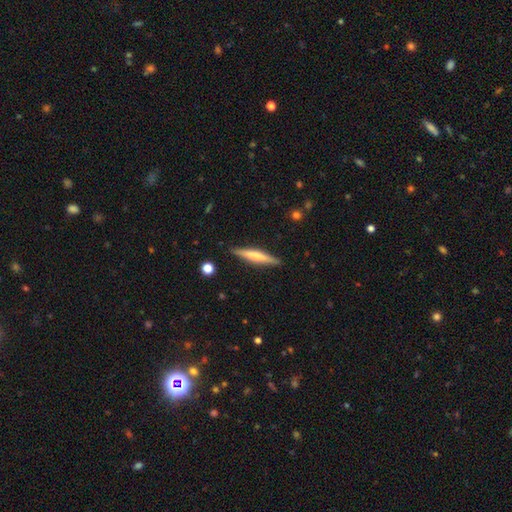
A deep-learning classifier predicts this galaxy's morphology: smooth 48%, featured or disk 46%, star or artifact 6%. Down the decision tree: merging — none (90%).